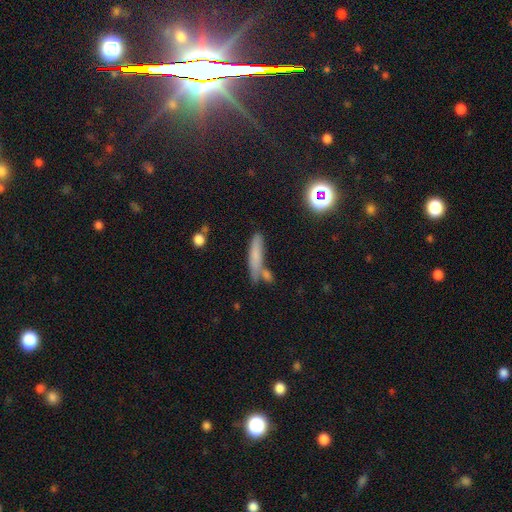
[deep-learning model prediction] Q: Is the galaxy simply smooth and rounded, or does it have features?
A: smooth — 67%.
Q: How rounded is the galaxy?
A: cigar-shaped — 81%.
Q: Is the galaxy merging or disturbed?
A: none — 60%.